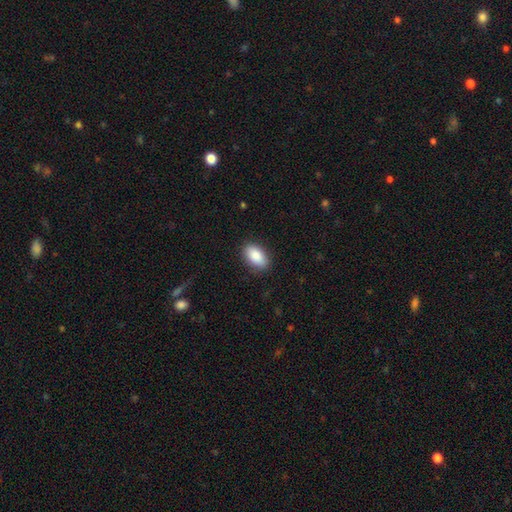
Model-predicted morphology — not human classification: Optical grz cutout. It shows a smooth galaxy with no disk features (88%) that is in between round and cigar-shaped (93%). Merging: none (88%).